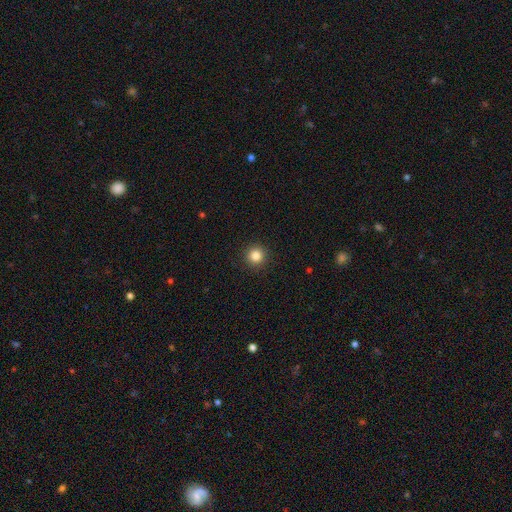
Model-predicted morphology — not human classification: A smooth galaxy with no disk features (84%) that is round (95%). Merging: none (93%).